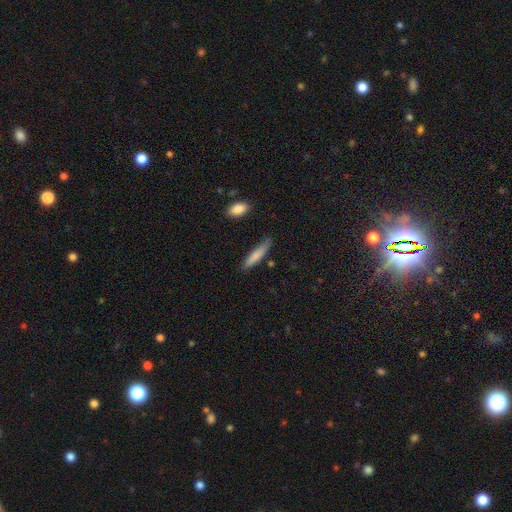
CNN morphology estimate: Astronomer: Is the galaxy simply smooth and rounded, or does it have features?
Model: smooth — 78%.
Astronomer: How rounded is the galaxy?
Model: cigar-shaped — 84%.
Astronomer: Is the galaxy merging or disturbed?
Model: none — 79%.